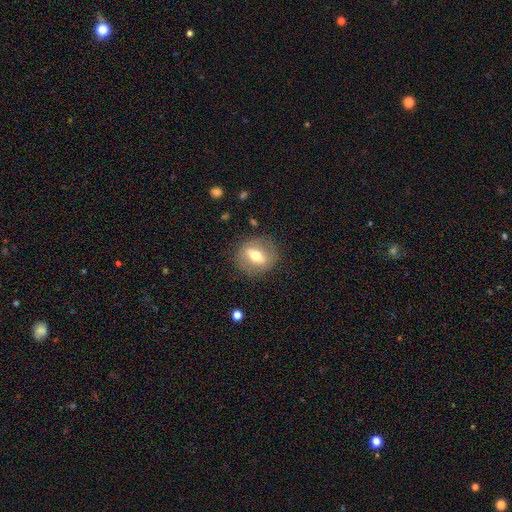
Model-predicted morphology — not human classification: type=smooth (49%); merging=none (83%).